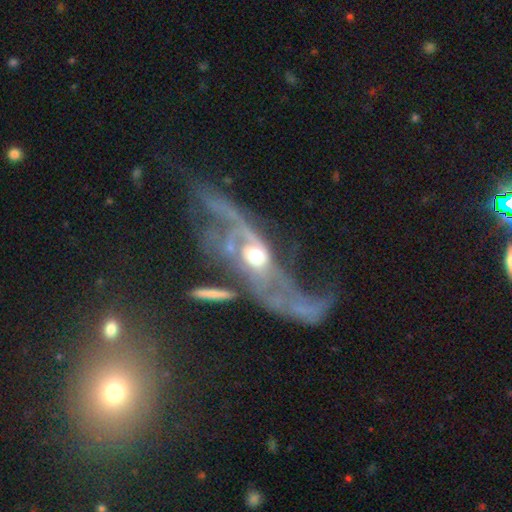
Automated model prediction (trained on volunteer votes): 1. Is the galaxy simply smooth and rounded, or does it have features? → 80% featured or disk, 13% smooth, 7% star or artifact.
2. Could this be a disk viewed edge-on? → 87% no, 13% yes.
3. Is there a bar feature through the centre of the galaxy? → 66% no, 23% weak, 11% strong.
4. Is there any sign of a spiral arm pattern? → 74% yes, 26% no.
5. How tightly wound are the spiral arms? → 48% loose, 33% medium, 19% tight.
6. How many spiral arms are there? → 50% 2, 25% can't tell, 12% 1, 5% 3, 4% 4, 4% more than 4.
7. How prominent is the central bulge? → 66% moderate, 18% small, 12% large, 2% dominant, 2% none.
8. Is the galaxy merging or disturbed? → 48% major disturbance, 23% merger, 18% none, 11% minor disturbance.